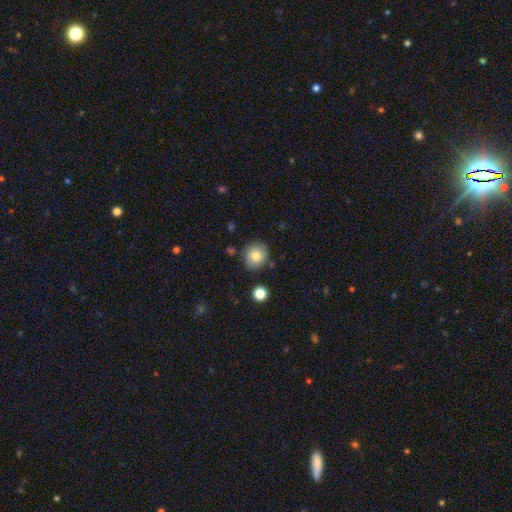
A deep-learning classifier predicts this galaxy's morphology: Smooth or featured? smooth (78%)
How rounded? round (79%)
Merging? none (82%)